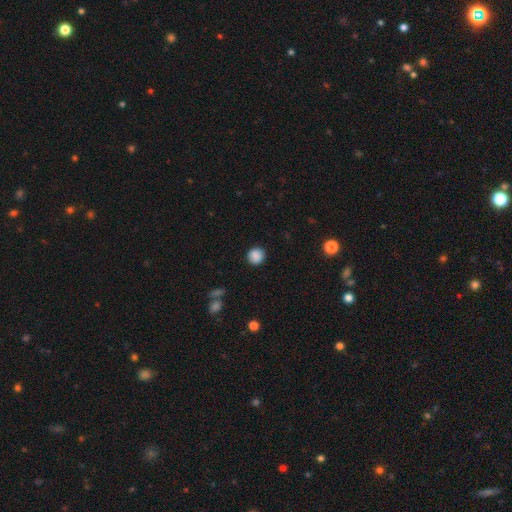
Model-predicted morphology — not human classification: This is clearly a smooth galaxy (87%). How rounded: clearly round (90%). Merging: clearly none (89%).